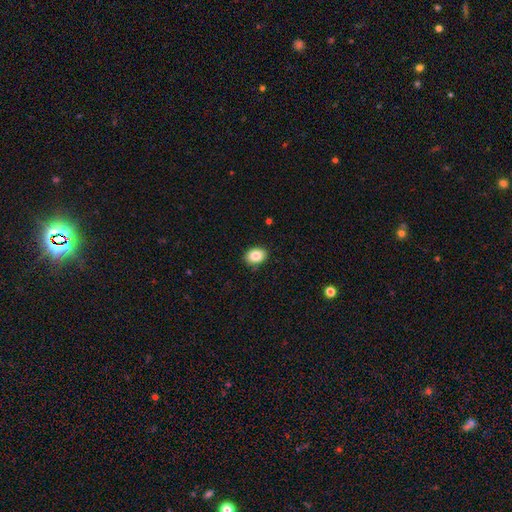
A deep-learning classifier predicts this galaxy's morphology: The model was most divided on "how rounded": in between: 67%, round: 32%, cigar-shaped: 1%. More confident: merging — none (88%); smooth or featured — smooth (86%).